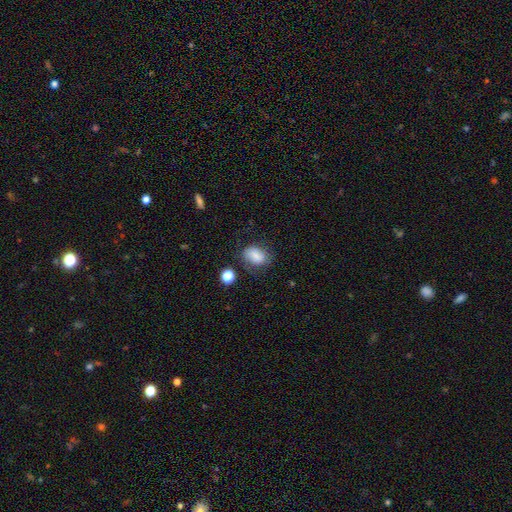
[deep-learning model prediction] A smooth galaxy with no disk features (75%) that is in between round and cigar-shaped (74%). Merging: none (59%).